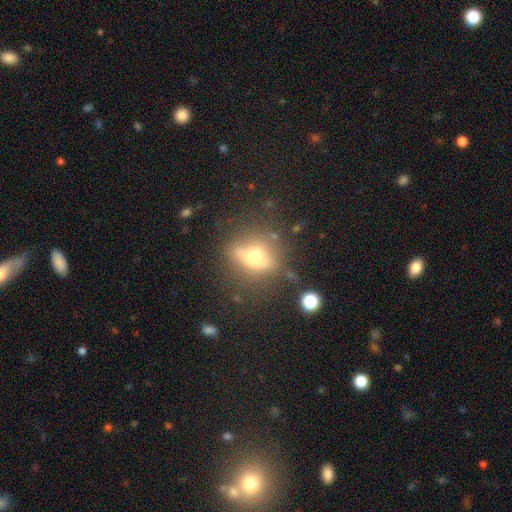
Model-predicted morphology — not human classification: A featured or disk galaxy (51%) viewed edge-on (65%). Merging: none (68%).